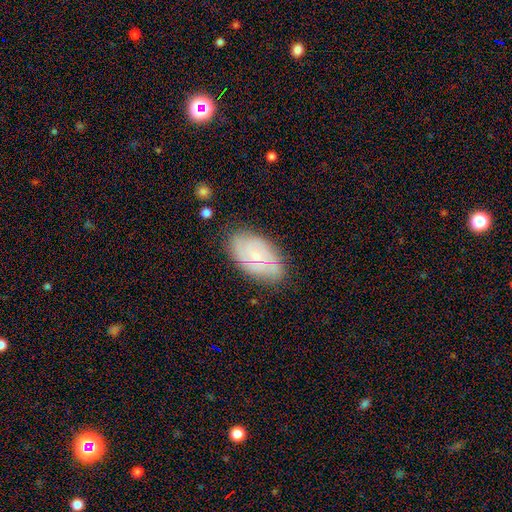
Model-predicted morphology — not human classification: Overall: featured or disk (59%; smooth 32%). Edge-on disk: no (95%). Bar: no (67%; weak 28%). Spiral arms: yes (80%). Bulge size: small (60%; moderate 24%). Merging: none (74%).